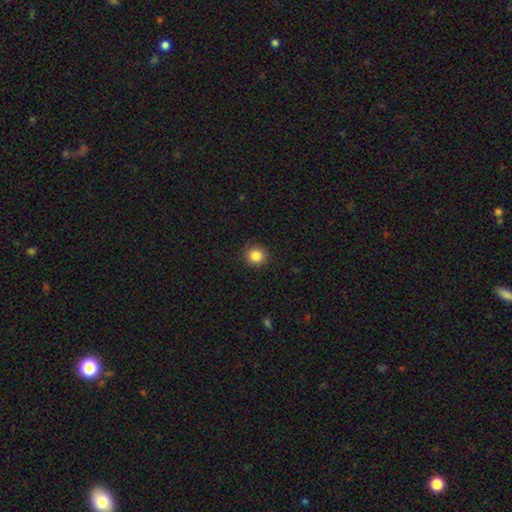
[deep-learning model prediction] Smooth or featured?
  - smooth: 85% *
  - star or artifact: 10%
  - featured or disk: 4%
How rounded?
  - round: 92% *
  - in between: 7%
  - cigar-shaped: 1%
Merging?
  - none: 90% *
  - minor disturbance: 7%
  - major disturbance: 2%
  - merger: 1%